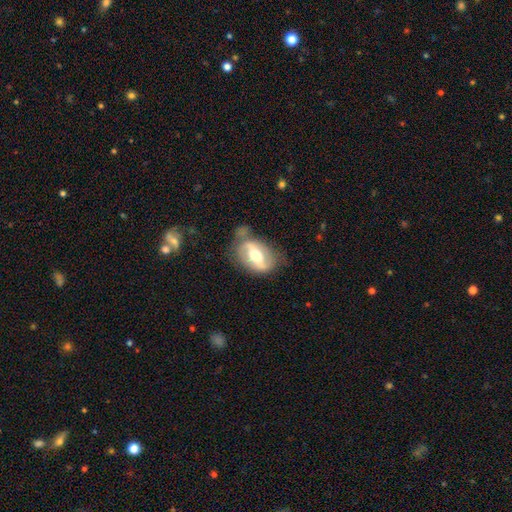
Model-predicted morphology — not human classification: The model was most divided on "spiral arms": yes: 54%, no: 46%. More confident: edge-on disk — no (89%); bulge size — moderate (66%); smooth or featured — featured or disk (65%); merging — none (55%); bar — strong (54%).